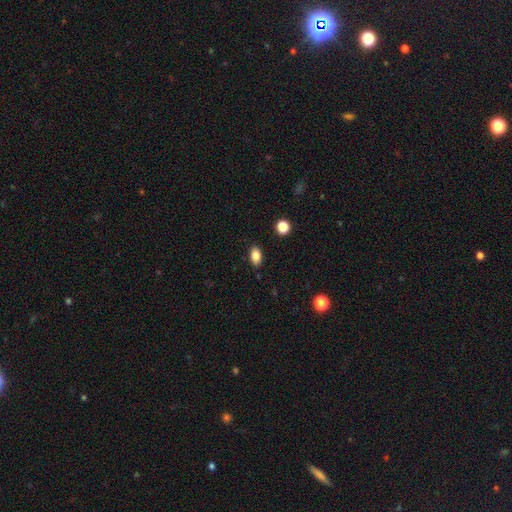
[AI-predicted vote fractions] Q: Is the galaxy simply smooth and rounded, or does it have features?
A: smooth — 86%.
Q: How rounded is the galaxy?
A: in between — 89%.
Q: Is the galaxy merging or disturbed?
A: none — 88%.